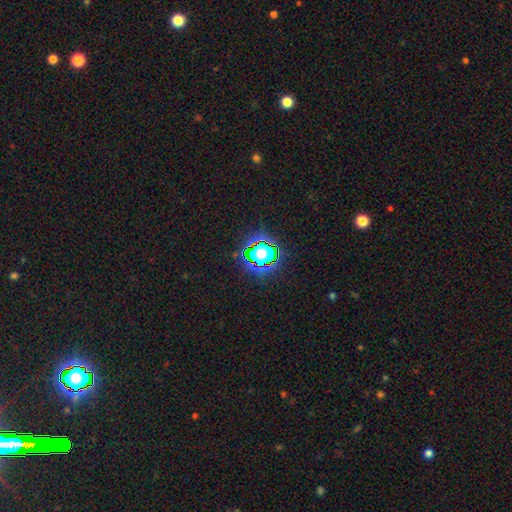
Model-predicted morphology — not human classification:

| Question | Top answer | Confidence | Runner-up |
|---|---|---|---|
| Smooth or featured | star or artifact | 79% | smooth (13%) |